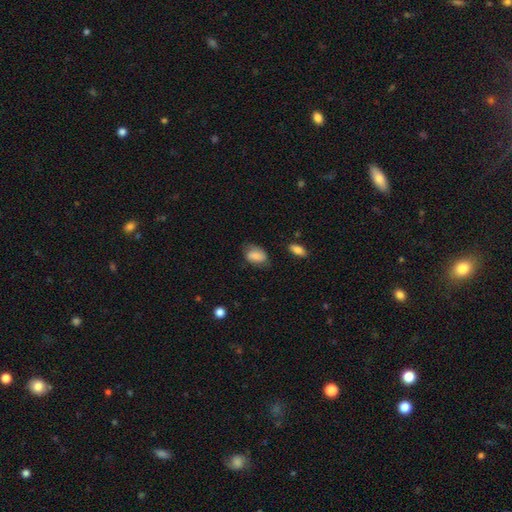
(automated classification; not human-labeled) This is likely a smooth galaxy (76%). How rounded: clearly in between (85%). Merging: likely none (61%).